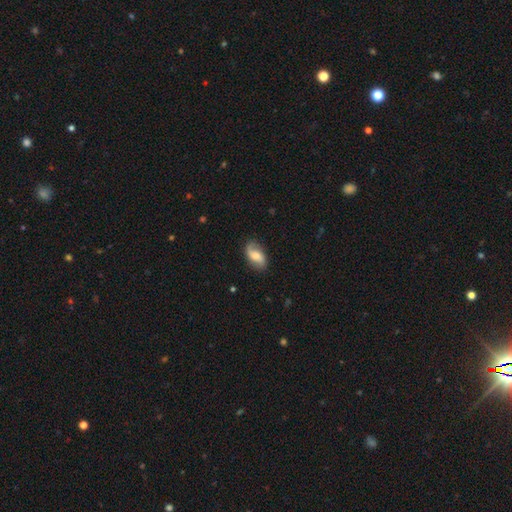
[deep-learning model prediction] Smooth or featured: featured or disk — 51% (smooth — 43%)
Edge-on disk: no — 94% (yes — 6%)
Merging: none — 77% (minor disturbance — 17%)